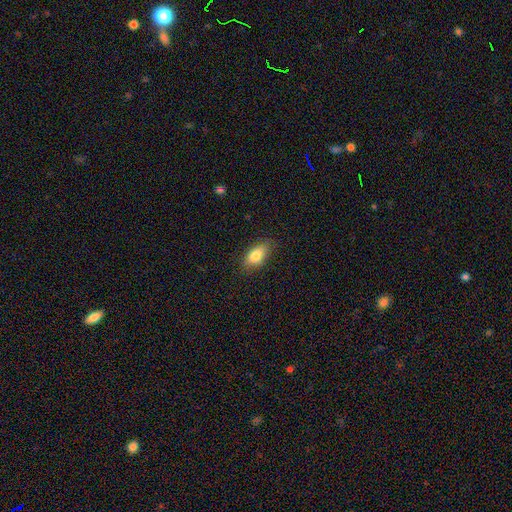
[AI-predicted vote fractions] A smooth galaxy with no disk features (81%) that is in between round and cigar-shaped (86%). Merging: none (83%).